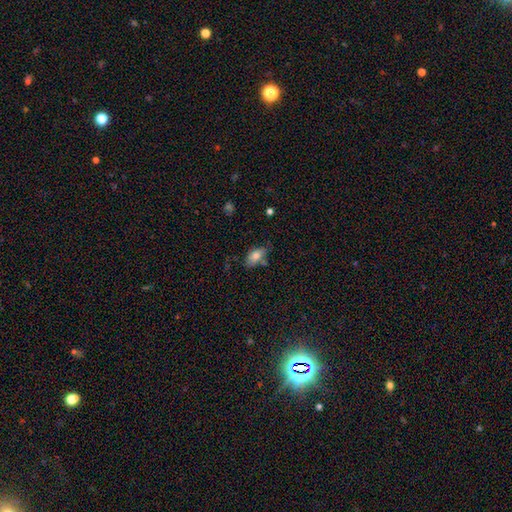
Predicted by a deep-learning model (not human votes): Smooth or featured? smooth (80%)
How rounded? in between (91%)
Merging? none (61%)